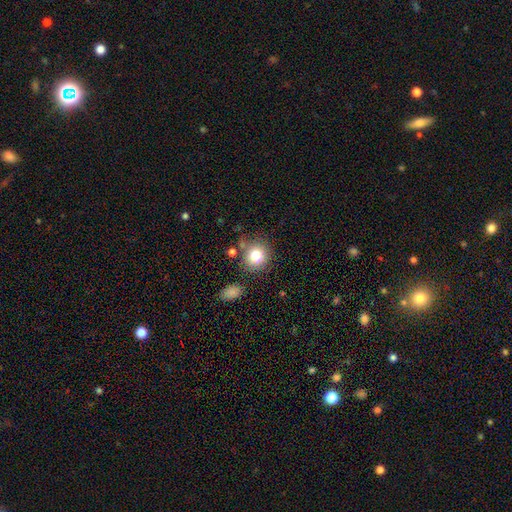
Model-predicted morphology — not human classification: Q: Smooth or featured?
A: smooth (81%); runner-up: star or artifact (10%)
Q: How rounded?
A: round (85%); runner-up: in between (14%)
Q: Merging?
A: none (73%); runner-up: minor disturbance (13%)